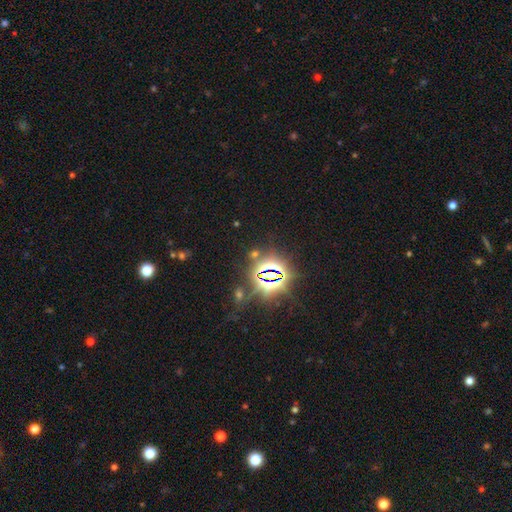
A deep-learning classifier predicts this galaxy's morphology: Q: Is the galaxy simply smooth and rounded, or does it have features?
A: star or artifact — 84%.